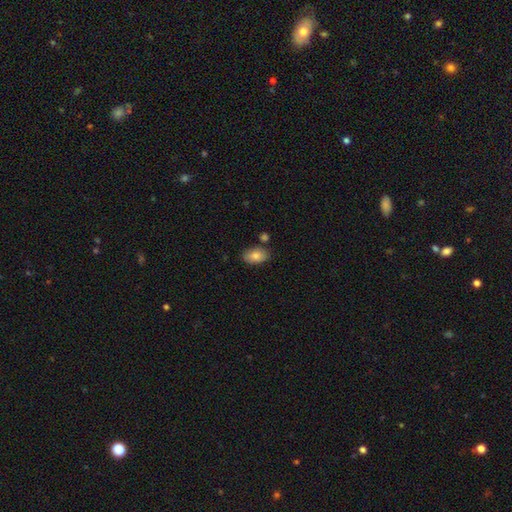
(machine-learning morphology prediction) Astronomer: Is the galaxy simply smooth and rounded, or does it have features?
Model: smooth — 83%.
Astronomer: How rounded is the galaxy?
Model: in between — 91%.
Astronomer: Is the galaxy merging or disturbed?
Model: none — 80%.